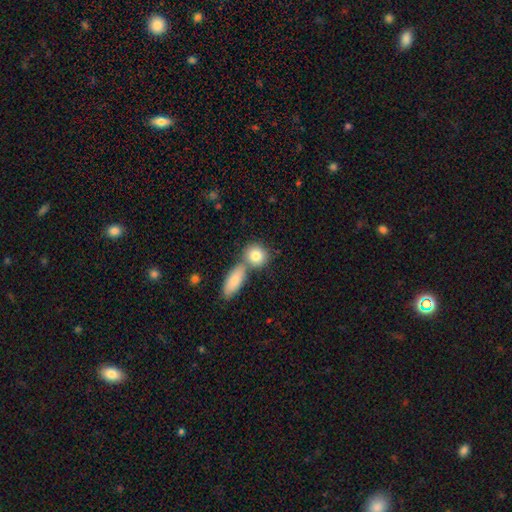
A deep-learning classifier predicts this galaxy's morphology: smooth-or-featured: smooth: 82% | featured or disk: 11% | star or artifact: 7%
  how-rounded: round: 72% | in between: 25% | cigar-shaped: 3%
  merging: none: 51% | merger: 38% | minor disturbance: 9% | major disturbance: 3%